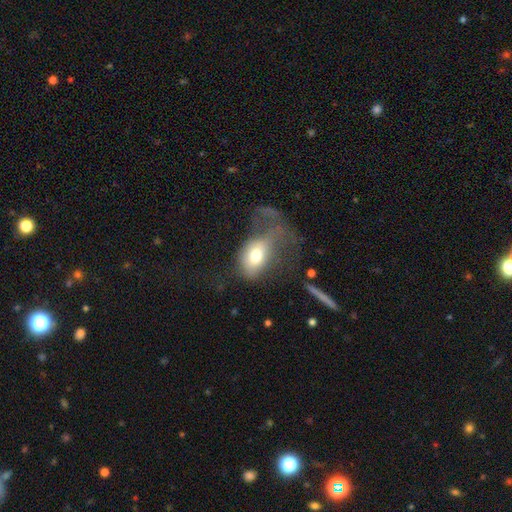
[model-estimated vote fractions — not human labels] Smooth or featured: smooth — 68% (featured or disk — 23%)
How rounded: in between — 78% (round — 19%)
Merging: major disturbance — 65% (minor disturbance — 15%)